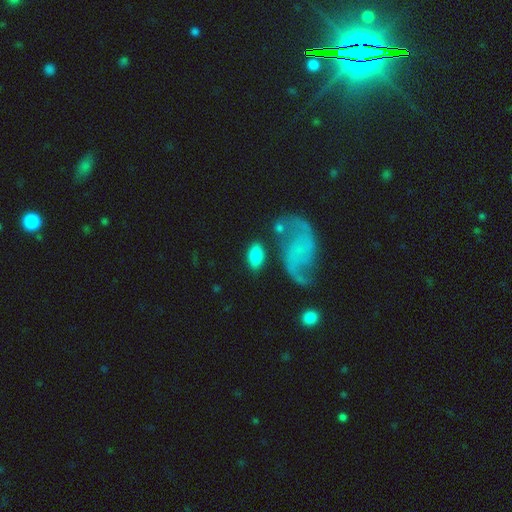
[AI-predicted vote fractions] Smooth or featured? Predicted: smooth (p=0.76). How rounded? Predicted: in between (p=0.94). Merging? Predicted: none (p=0.68).